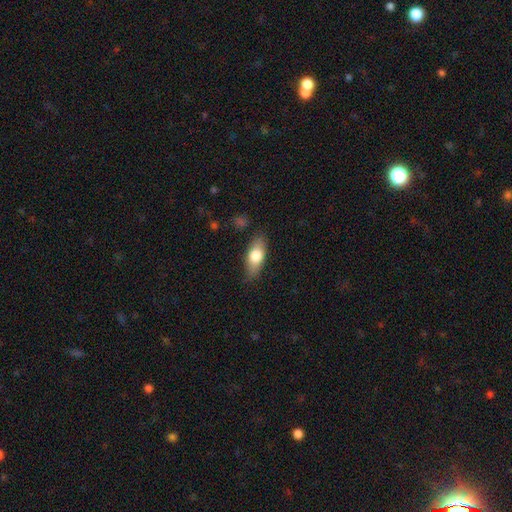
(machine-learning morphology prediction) smooth-or-featured: smooth: 72% | featured or disk: 22% | star or artifact: 6%
  how-rounded: in between: 79% | cigar-shaped: 17% | round: 4%
  merging: none: 81% | minor disturbance: 14% | major disturbance: 3% | merger: 1%